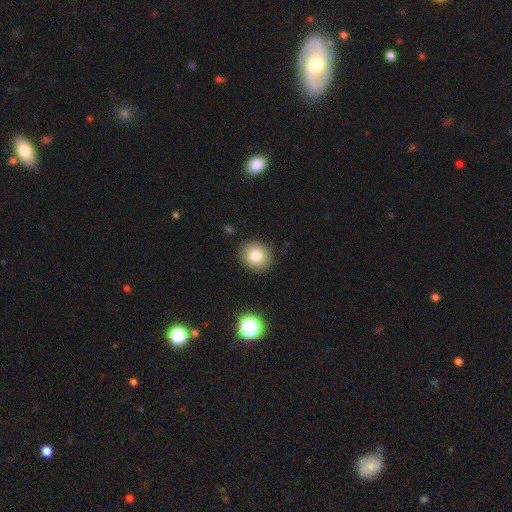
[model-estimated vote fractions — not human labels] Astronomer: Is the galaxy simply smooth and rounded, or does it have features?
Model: smooth — 80%.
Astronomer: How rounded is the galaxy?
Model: round — 85%.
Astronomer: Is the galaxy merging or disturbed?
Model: none — 90%.